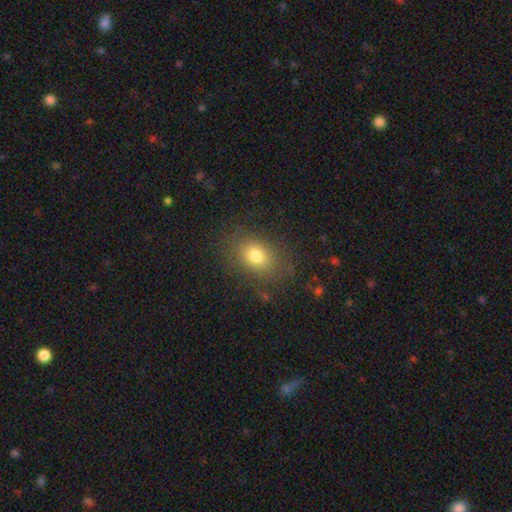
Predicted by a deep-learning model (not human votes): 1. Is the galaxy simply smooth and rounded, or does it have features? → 78% smooth, 12% star or artifact, 11% featured or disk.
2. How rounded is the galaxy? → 70% in between, 29% round, 1% cigar-shaped.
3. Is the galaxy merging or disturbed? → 81% none, 12% minor disturbance, 5% major disturbance, 1% merger.